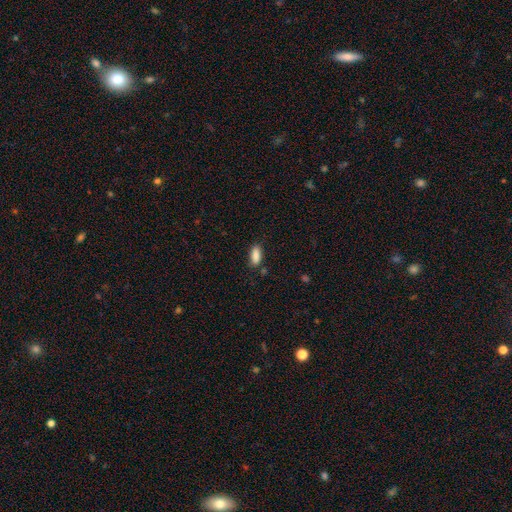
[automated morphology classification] smooth_or_featured: smooth (p=0.88) [alt: star or artifact p=0.07]
how_rounded: in between (p=0.82) [alt: cigar-shaped p=0.16]
merging: none (p=0.81) [alt: minor disturbance p=0.13]